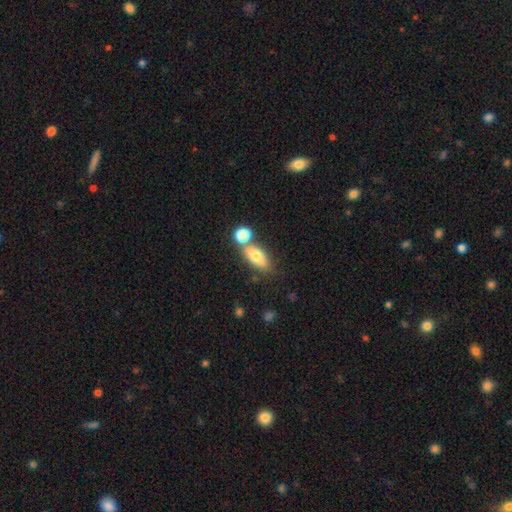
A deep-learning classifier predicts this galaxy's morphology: This appears to be a smooth galaxy with no disk features (73%) that is in between round and cigar-shaped (79%). Merging: none (52%).